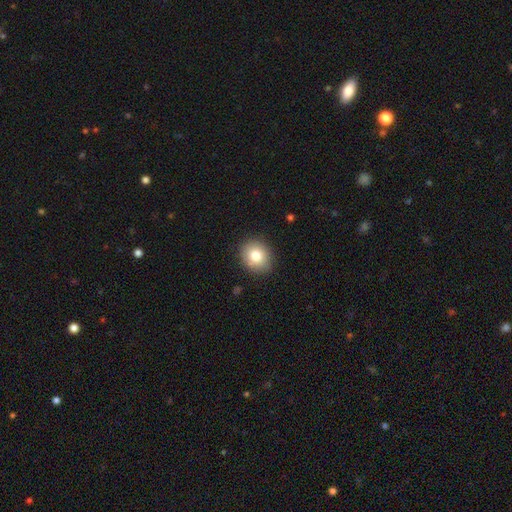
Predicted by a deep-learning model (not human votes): This appears to be a smooth galaxy with no disk features (81%) that is round (68%). Merging: none (89%).